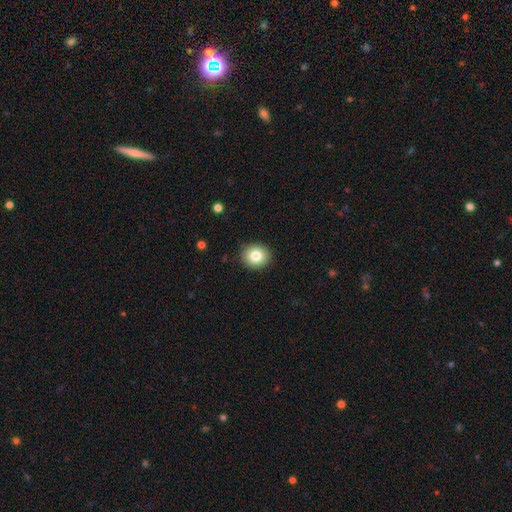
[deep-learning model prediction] Overall: smooth (81%). How rounded: round (82%). Merging: none (91%).